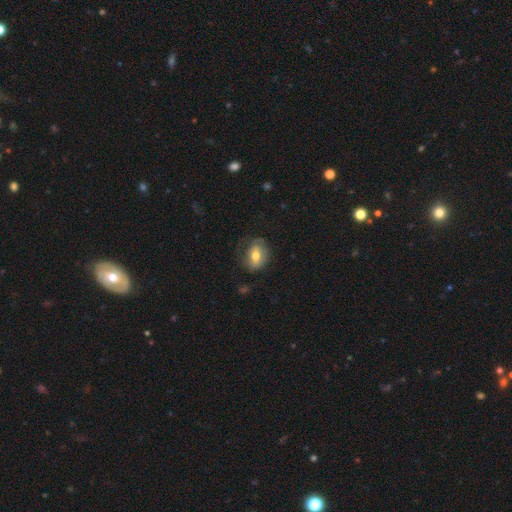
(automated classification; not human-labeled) This appears to be a smooth galaxy with no disk features (58%) that is in between round and cigar-shaped (63%). Merging: none (63%).